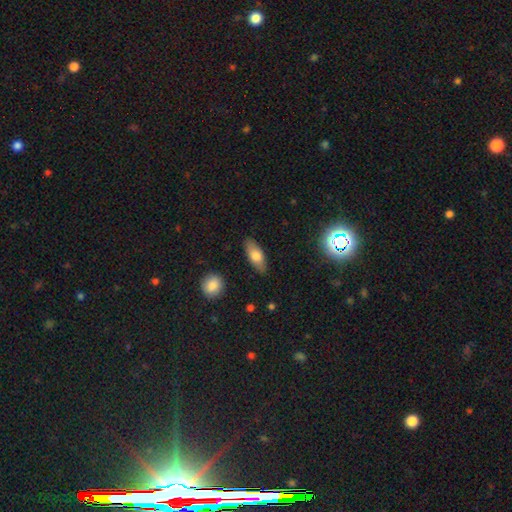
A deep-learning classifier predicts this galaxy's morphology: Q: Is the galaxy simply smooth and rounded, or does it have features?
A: smooth — 73%.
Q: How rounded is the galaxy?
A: in between — 78%.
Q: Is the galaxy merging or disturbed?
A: none — 85%.